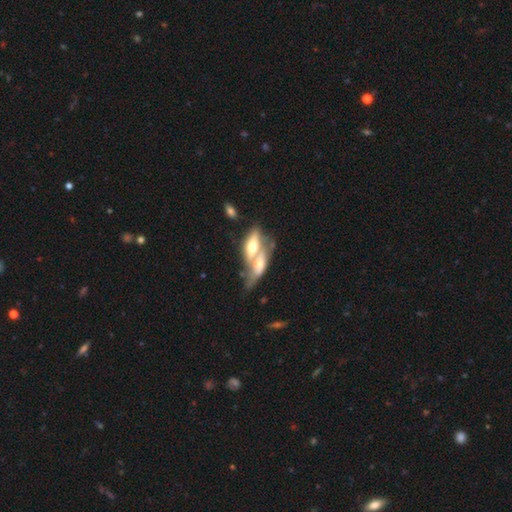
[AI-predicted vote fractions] smooth-or-featured: featured or disk: 59% | smooth: 33% | star or artifact: 8%
  disk-edge-on: no: 56% | yes: 44%
  merging: merger: 71% | none: 15% | minor disturbance: 7% | major disturbance: 7%